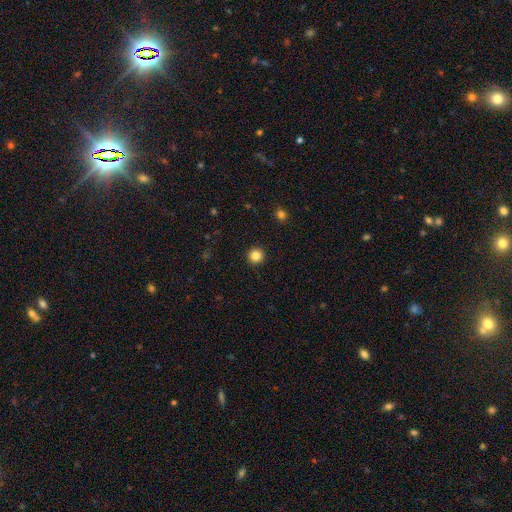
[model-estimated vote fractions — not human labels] The model was most divided on "smooth or featured": smooth: 85%, star or artifact: 11%, featured or disk: 4%. More confident: how rounded — round (96%); merging — none (93%).